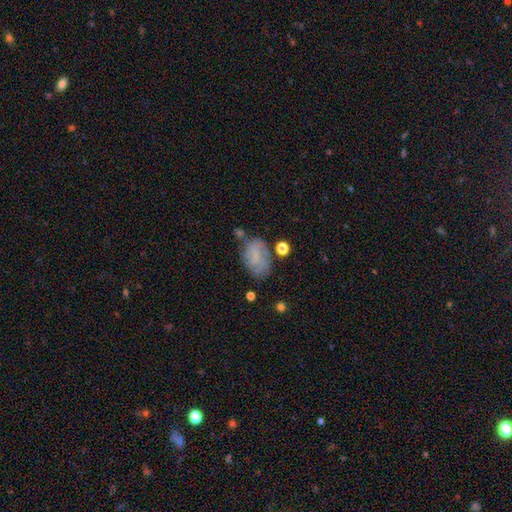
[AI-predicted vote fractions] smooth_or_featured: smooth (p=0.55) [alt: featured or disk p=0.33]
how_rounded: in between (p=0.85) [alt: round p=0.13]
merging: none (p=0.55) [alt: minor disturbance p=0.25]